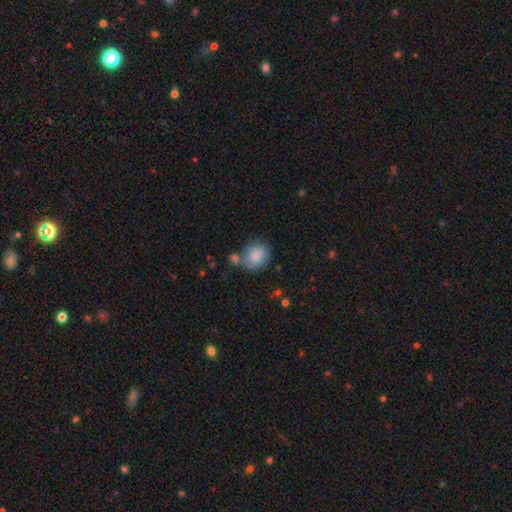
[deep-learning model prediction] smooth 85%, featured or disk 8%, star or artifact 7%. Down the decision tree: how rounded — round (70%); merging — none (59%).